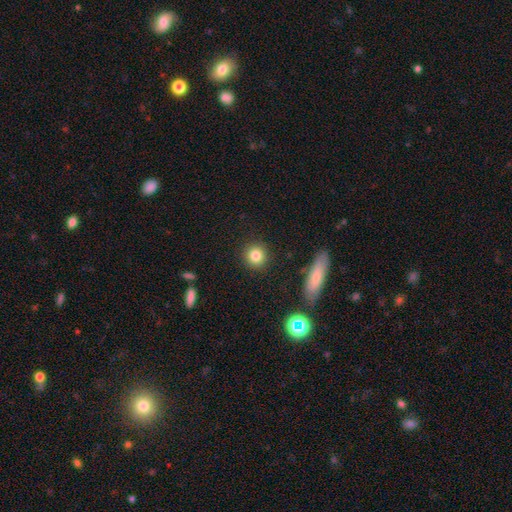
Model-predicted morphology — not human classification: This appears to be a smooth galaxy with no disk features (83%) that is round (92%). Merging: none (91%).